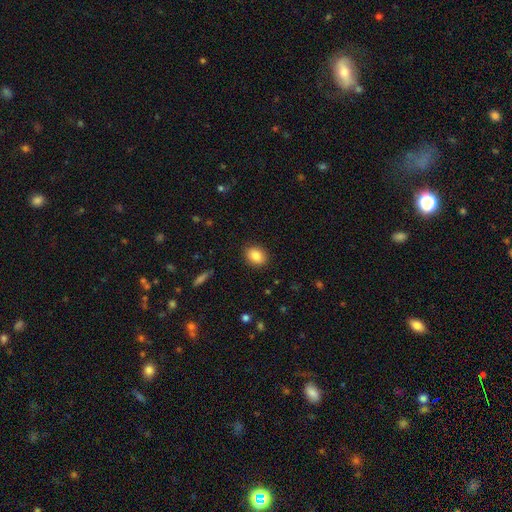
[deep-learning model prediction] Smooth or featured? Predicted: smooth (p=0.86). How rounded? Predicted: in between (p=0.60). Merging? Predicted: none (p=0.89).